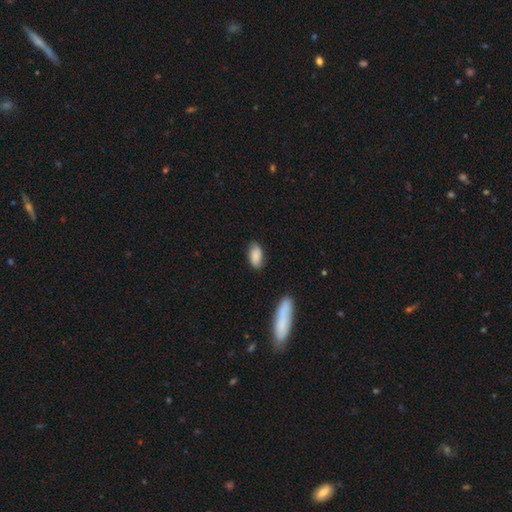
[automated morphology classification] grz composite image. It shows a smooth galaxy with no disk features (85%) that is in between round and cigar-shaped (92%). Merging: none (77%).